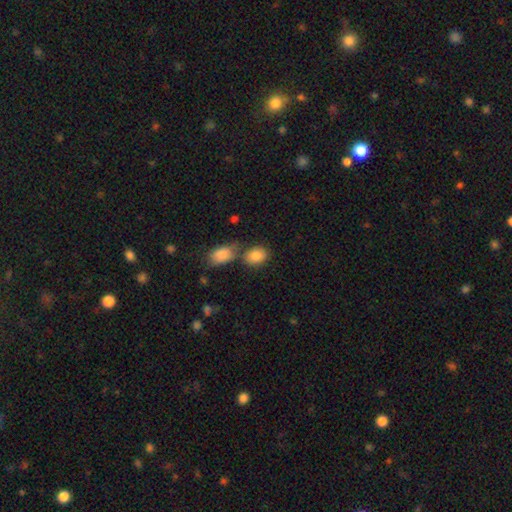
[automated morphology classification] smooth_or_featured: smooth (p=0.86) [alt: star or artifact p=0.07]
how_rounded: in between (p=0.71) [alt: round p=0.27]
merging: none (p=0.55) [alt: merger p=0.28]